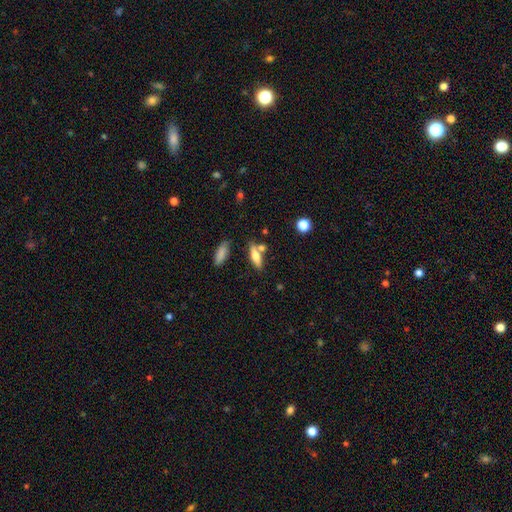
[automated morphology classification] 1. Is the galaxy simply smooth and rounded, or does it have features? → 57% smooth, 35% featured or disk, 8% star or artifact.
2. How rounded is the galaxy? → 50% cigar-shaped, 46% in between, 4% round.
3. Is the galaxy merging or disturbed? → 63% none, 19% merger, 14% minor disturbance, 5% major disturbance.